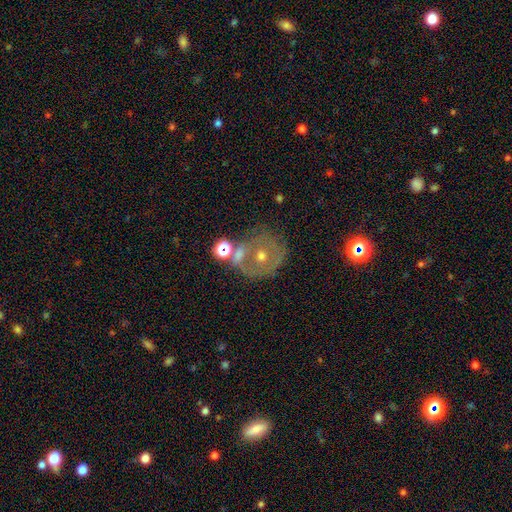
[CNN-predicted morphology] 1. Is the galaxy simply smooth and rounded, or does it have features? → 54% featured or disk, 27% smooth, 19% star or artifact.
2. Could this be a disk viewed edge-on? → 95% no, 5% yes.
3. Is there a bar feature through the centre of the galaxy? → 81% no, 14% weak, 5% strong.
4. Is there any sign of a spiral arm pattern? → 52% yes, 48% no.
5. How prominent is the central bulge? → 57% small, 37% moderate, 3% none, 2% large, 2% dominant.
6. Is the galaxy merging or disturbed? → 66% none, 15% minor disturbance, 10% merger, 8% major disturbance.